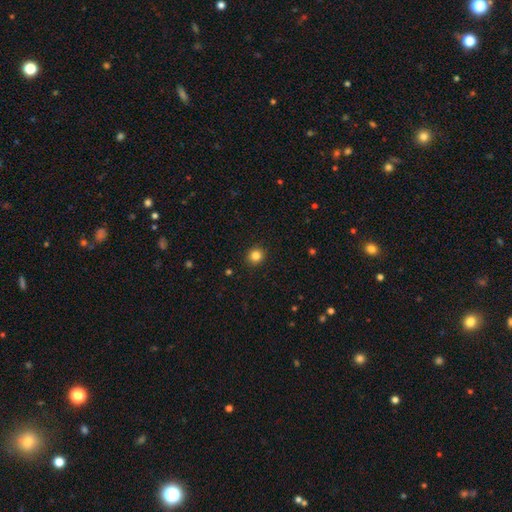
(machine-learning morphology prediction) A smooth galaxy with no disk features (84%) that is round (89%).

Vote fractions:
- Smooth or featured? smooth: 84% / star or artifact: 12% / featured or disk: 5%
- How rounded? round: 89% / in between: 10% / cigar-shaped: 1%
- Merging? none: 92% / minor disturbance: 5% / major disturbance: 2% / merger: 1%